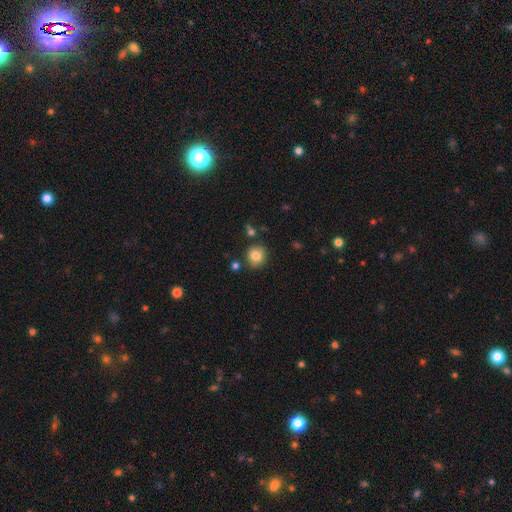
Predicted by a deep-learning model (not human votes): Q: Smooth or featured?
A: smooth (82%); runner-up: star or artifact (10%)
Q: How rounded?
A: round (86%); runner-up: in between (13%)
Q: Merging?
A: none (83%); runner-up: minor disturbance (10%)